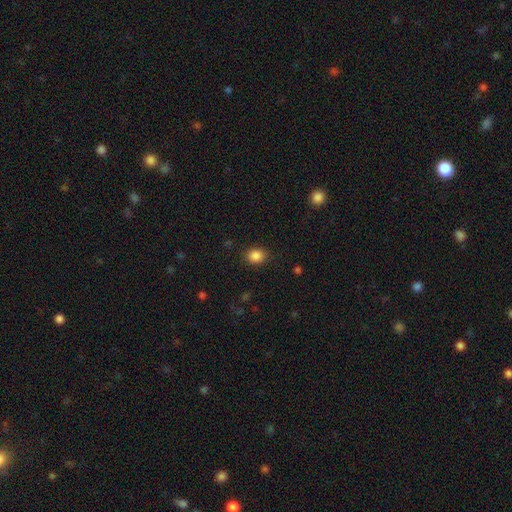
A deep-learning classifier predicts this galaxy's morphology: Overall: smooth (87%). How rounded: round (55%; in between 44%). Merging: none (87%).